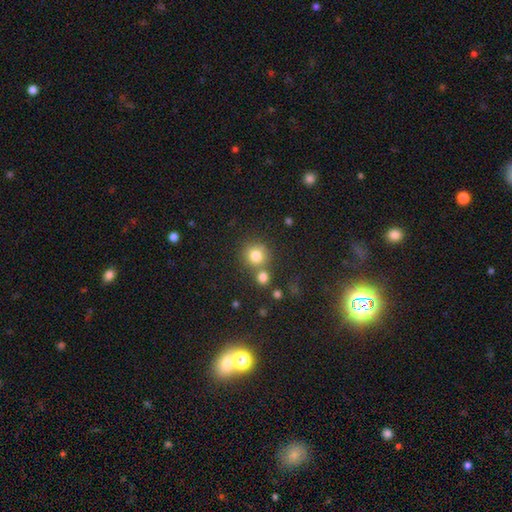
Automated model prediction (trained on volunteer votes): The model was most divided on "merging": none: 65%, merger: 23%, minor disturbance: 9%, major disturbance: 3%. More confident: how rounded — round (90%); smooth or featured — smooth (80%).